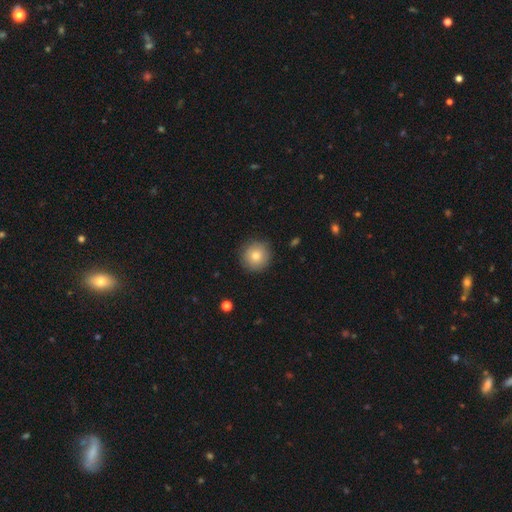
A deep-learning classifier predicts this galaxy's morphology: smooth_or_featured: smooth (p=0.80) [alt: featured or disk p=0.11]
how_rounded: round (p=0.94) [alt: in between p=0.05]
merging: none (p=0.89) [alt: minor disturbance p=0.08]